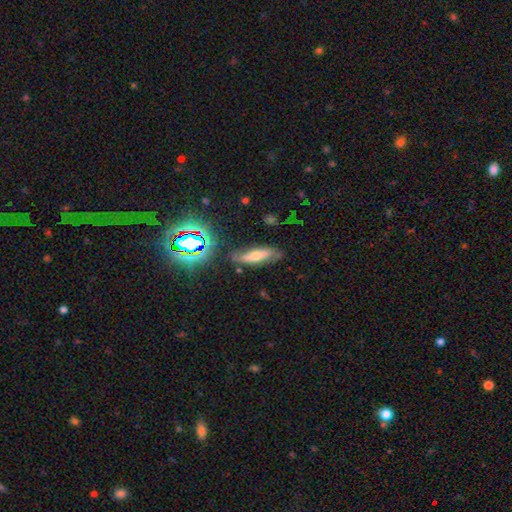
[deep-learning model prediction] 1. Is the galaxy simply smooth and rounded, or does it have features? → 42% smooth, 38% featured or disk, 20% star or artifact.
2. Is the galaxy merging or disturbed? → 72% none, 19% minor disturbance, 6% major disturbance, 3% merger.